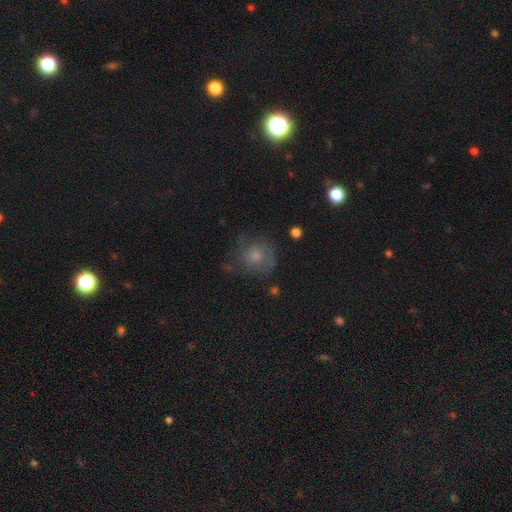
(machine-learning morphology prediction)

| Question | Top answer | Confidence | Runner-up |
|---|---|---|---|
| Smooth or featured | smooth | 54% | featured or disk (35%) |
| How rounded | round | 81% | in between (18%) |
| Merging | none | 57% | minor disturbance (23%) |